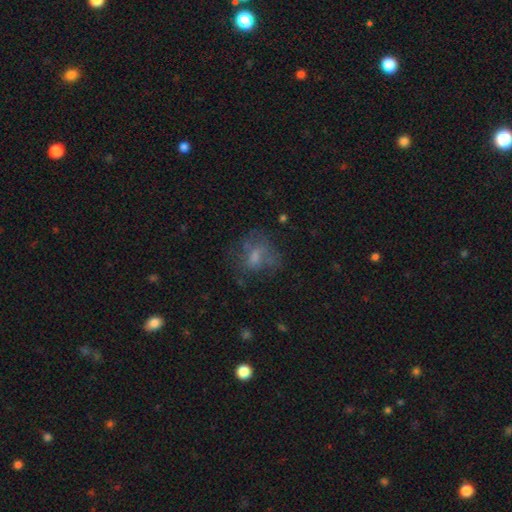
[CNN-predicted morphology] This appears to be a smooth galaxy with no disk features (48%). Merging: none (46%).